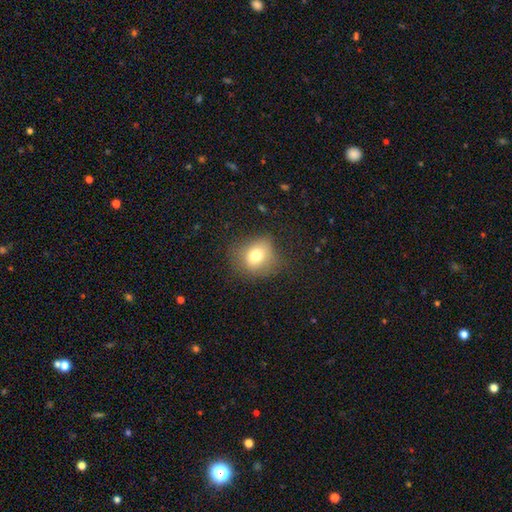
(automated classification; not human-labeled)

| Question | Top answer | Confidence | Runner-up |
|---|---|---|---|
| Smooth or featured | smooth | 73% | featured or disk (14%) |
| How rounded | round | 67% | in between (32%) |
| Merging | none | 68% | minor disturbance (20%) |